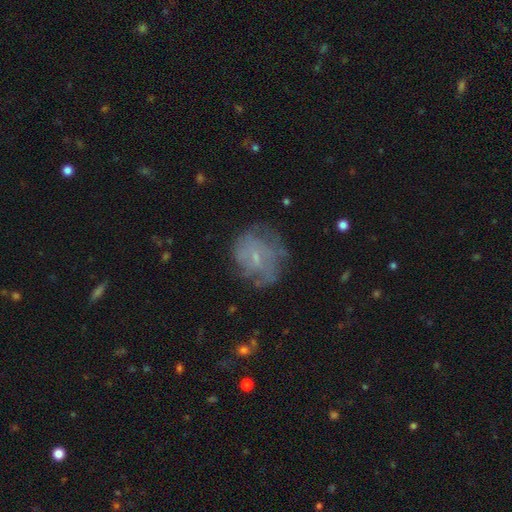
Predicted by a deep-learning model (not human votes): Smooth or featured?
  - featured or disk: 55% *
  - smooth: 33%
  - star or artifact: 12%
Edge-on disk?
  - no: 97% *
  - yes: 3%
Bar?
  - no: 65% *
  - weak: 31%
  - strong: 4%
Spiral arms?
  - yes: 62% *
  - no: 38%
Bulge size?
  - small: 72% *
  - moderate: 15%
  - none: 11%
  - large: 1%
  - dominant: 1%
Merging?
  - none: 58% *
  - minor disturbance: 24%
  - major disturbance: 17%
  - merger: 2%